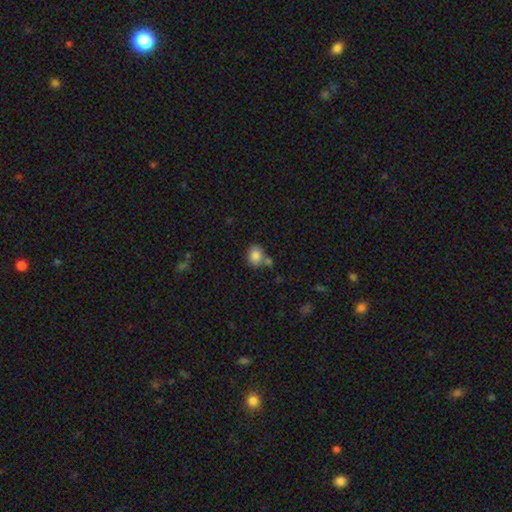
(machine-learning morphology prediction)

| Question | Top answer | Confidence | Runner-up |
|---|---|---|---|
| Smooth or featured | smooth | 85% | star or artifact (9%) |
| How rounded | round | 53% | in between (46%) |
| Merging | none | 60% | merger (21%) |